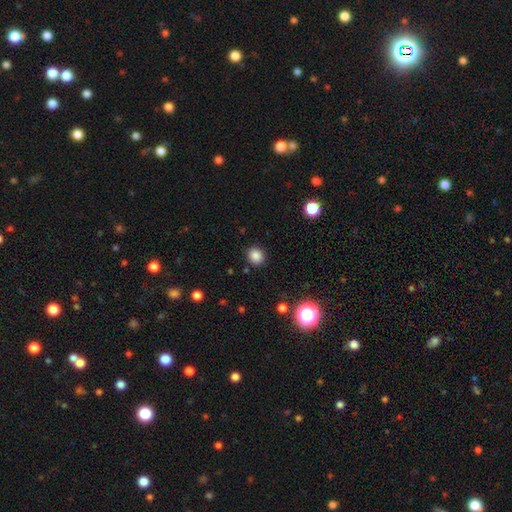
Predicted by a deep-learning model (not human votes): This appears to be a smooth galaxy with no disk features (85%) that is round (75%). Merging: none (89%).